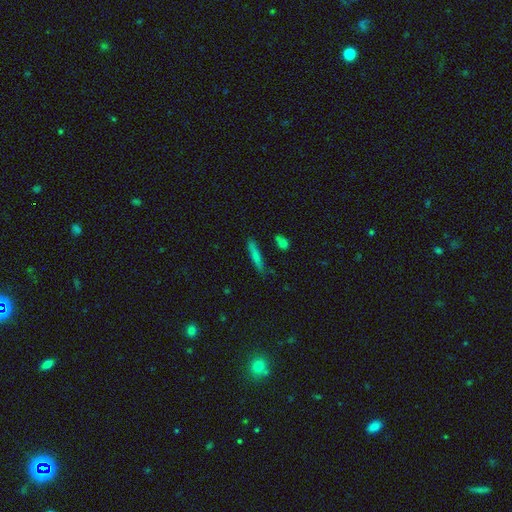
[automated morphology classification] Smooth or featured? smooth (73%)
How rounded? cigar-shaped (90%)
Merging? none (81%)